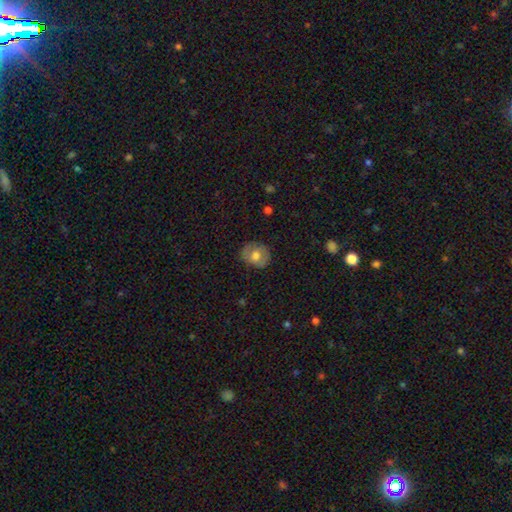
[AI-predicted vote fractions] This appears to be a smooth galaxy with no disk features (58%) that is round (72%). Merging: none (81%).